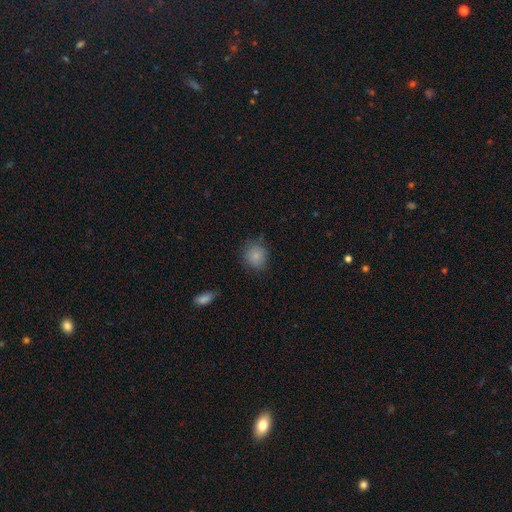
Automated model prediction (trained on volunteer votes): smooth 84%, star or artifact 10%, featured or disk 6%. Down the decision tree: how rounded — round (82%); merging — none (78%).